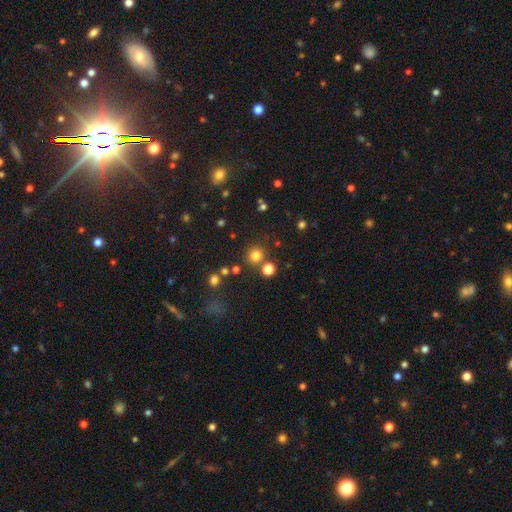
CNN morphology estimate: A smooth galaxy with no disk features (77%) that is round (91%).

Vote fractions:
- Smooth or featured? smooth: 77% / star or artifact: 18% / featured or disk: 6%
- How rounded? round: 91% / in between: 8% / cigar-shaped: 1%
- Merging? none: 80% / merger: 9% / minor disturbance: 7% / major disturbance: 3%